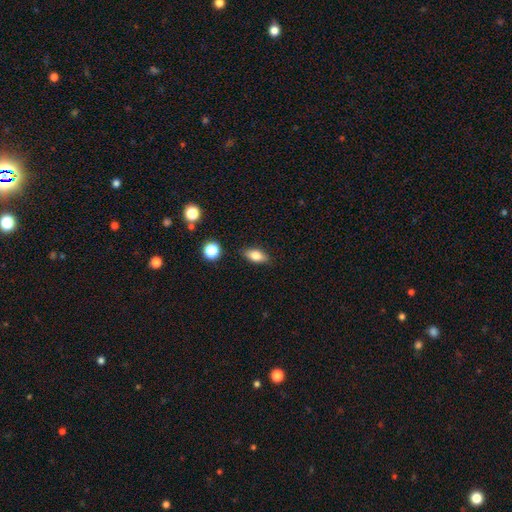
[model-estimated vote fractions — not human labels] Q: Smooth or featured?
A: smooth (77%); runner-up: featured or disk (14%)
Q: How rounded?
A: in between (82%); runner-up: cigar-shaped (10%)
Q: Merging?
A: none (86%); runner-up: minor disturbance (10%)